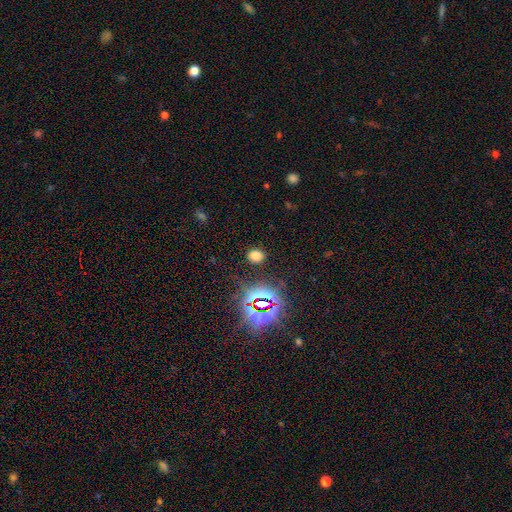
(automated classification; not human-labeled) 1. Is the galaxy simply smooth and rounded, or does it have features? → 66% smooth, 29% star or artifact, 6% featured or disk.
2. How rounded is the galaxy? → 56% round, 43% in between, 1% cigar-shaped.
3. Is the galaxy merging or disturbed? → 86% none, 8% minor disturbance, 4% major disturbance, 2% merger.